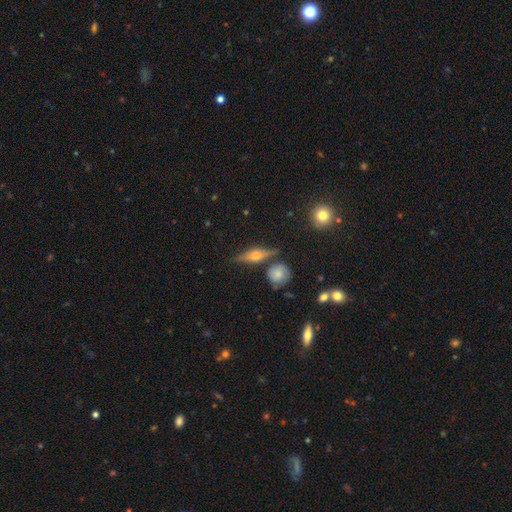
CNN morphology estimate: A featured or disk galaxy (65%) viewed edge-on (93%) with a rounded central bulge (91%).

Vote fractions:
- Smooth or featured? featured or disk: 65% / smooth: 27% / star or artifact: 9%
- Edge-on disk? yes: 93% / no: 7%
- Edge-on bulge? rounded: 91% / boxy: 6% / none: 3%
- Merging? none: 77% / minor disturbance: 13% / merger: 7% / major disturbance: 4%